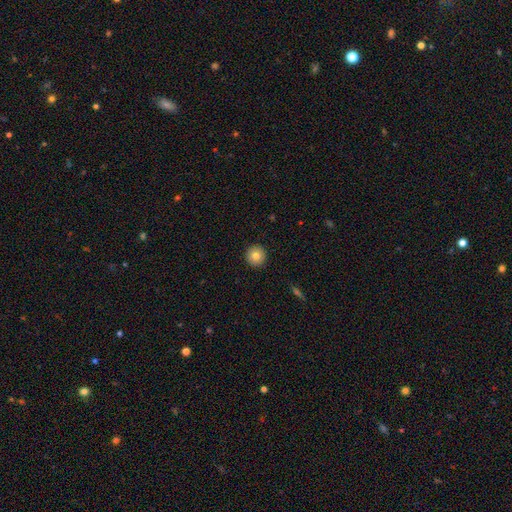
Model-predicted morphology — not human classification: Smooth or featured? smooth (81%)
How rounded? round (96%)
Merging? none (93%)